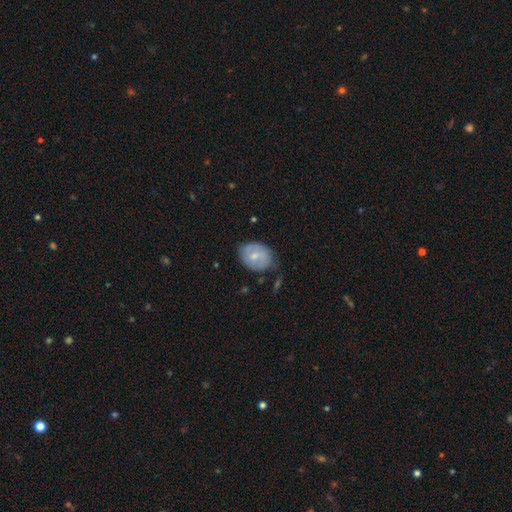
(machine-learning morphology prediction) smooth_or_featured: smooth (p=0.58) [alt: featured or disk p=0.35]
how_rounded: in between (p=0.51) [alt: round p=0.48]
merging: none (p=0.62) [alt: minor disturbance p=0.27]